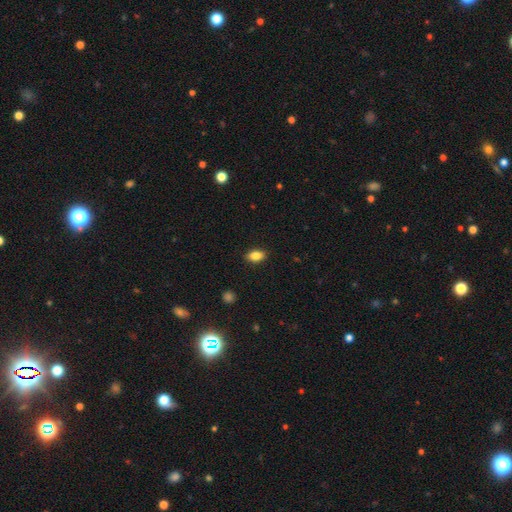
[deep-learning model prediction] A smooth galaxy with no disk features (84%) that is in between round and cigar-shaped (86%). Merging: none (88%).